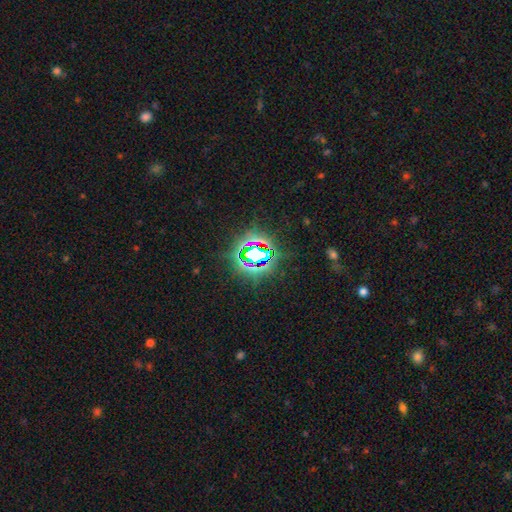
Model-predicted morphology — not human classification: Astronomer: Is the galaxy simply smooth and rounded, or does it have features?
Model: star or artifact — 76%.